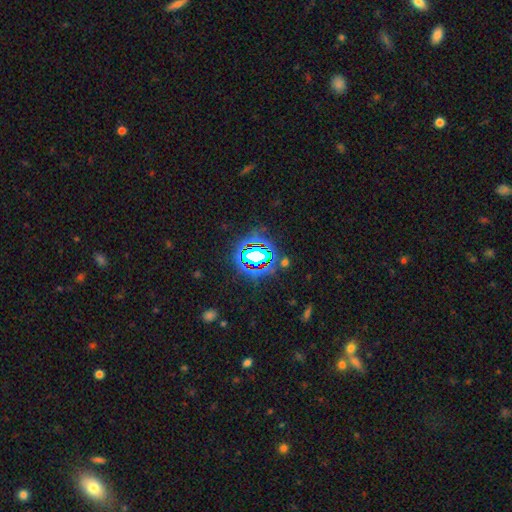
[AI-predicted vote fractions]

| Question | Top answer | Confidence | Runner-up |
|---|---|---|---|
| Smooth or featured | star or artifact | 70% | smooth (18%) |